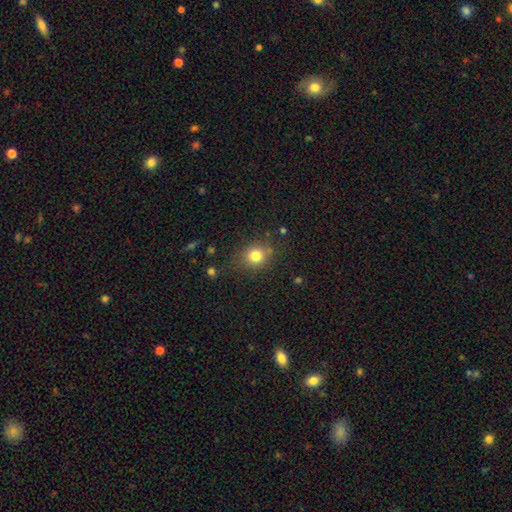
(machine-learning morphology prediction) This is likely a smooth galaxy (80%). How rounded: clearly round (80%). Merging: likely none (78%).